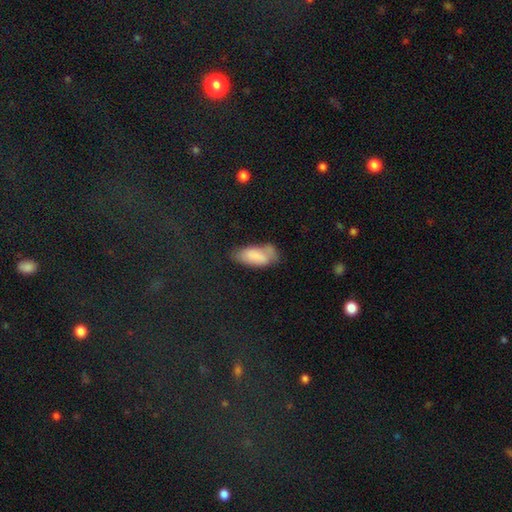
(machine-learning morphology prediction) Smooth or featured? Predicted: smooth (p=0.79). How rounded? Predicted: in between (p=0.86). Merging? Predicted: none (p=0.40).